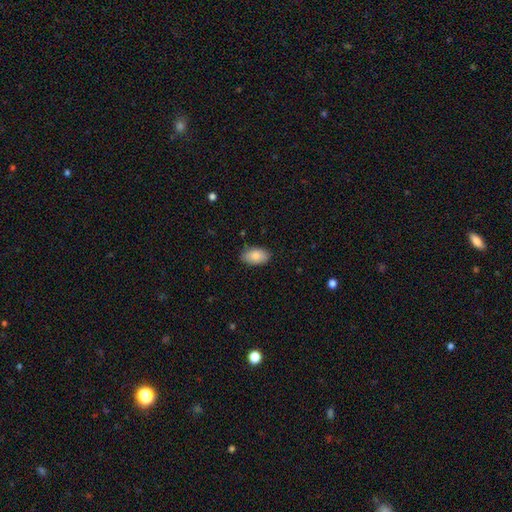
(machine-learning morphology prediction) A smooth galaxy with no disk features (84%) that is in between round and cigar-shaped (93%). Merging: none (84%).